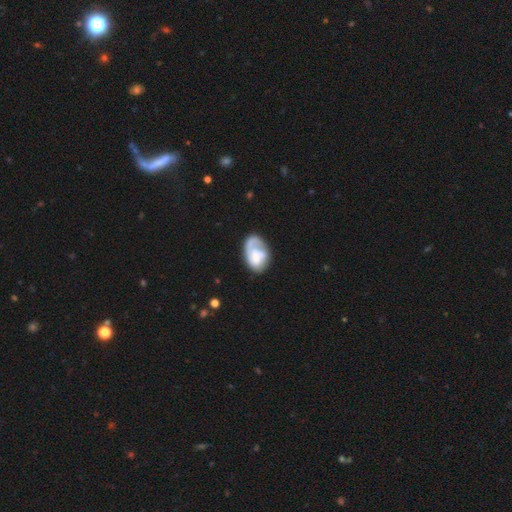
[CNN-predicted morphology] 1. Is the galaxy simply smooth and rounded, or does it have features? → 52% featured or disk, 41% smooth, 6% star or artifact.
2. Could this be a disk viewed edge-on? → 97% no, 3% yes.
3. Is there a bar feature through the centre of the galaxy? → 71% no, 24% weak, 5% strong.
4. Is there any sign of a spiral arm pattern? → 74% yes, 26% no.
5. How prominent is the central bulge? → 29% small, 27% none, 26% moderate, 14% large, 3% dominant.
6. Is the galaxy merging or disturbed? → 50% none, 26% minor disturbance, 19% major disturbance, 6% merger.